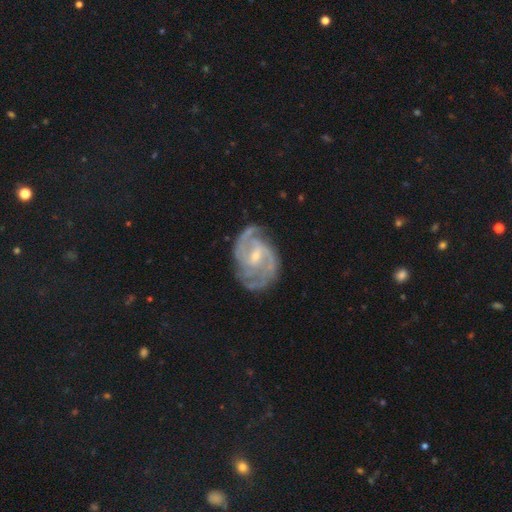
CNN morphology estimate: Smooth or featured? Predicted: featured or disk (p=0.90). Edge-on disk? Predicted: no (p=0.98). Bar? Predicted: weak (p=0.52). Spiral arms? Predicted: yes (p=0.97). Spiral winding? Predicted: medium (p=0.46). Spiral arm count? Predicted: 2 (p=0.52). Bulge size? Predicted: small (p=0.68). Merging? Predicted: none (p=0.68).